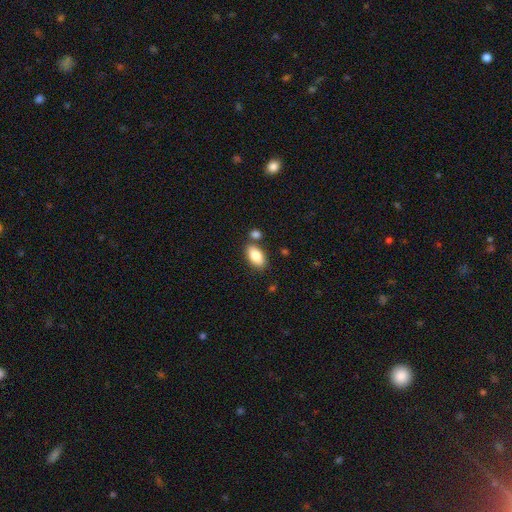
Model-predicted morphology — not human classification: A smooth galaxy with no disk features (85%) that is in between round and cigar-shaped (93%).

Vote fractions:
- Smooth or featured? smooth: 85% / featured or disk: 8% / star or artifact: 7%
- How rounded? in between: 93% / round: 4% / cigar-shaped: 3%
- Merging? none: 74% / merger: 12% / minor disturbance: 11% / major disturbance: 3%